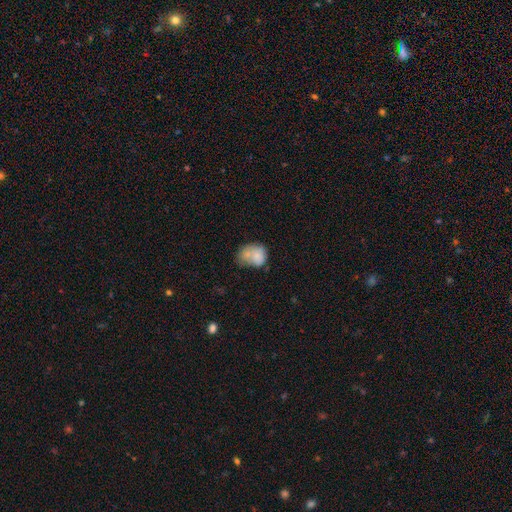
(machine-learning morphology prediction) Smooth or featured: smooth — 74% (featured or disk — 18%)
How rounded: in between — 53% (round — 46%)
Merging: merger — 40% (none — 27%)